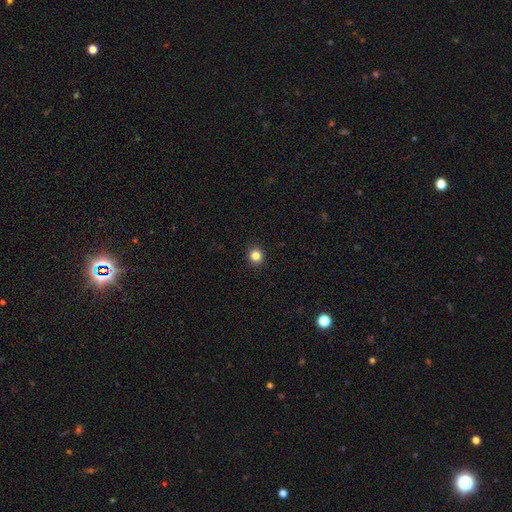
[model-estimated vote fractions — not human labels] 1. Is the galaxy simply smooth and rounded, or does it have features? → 83% smooth, 12% star or artifact, 5% featured or disk.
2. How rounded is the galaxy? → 87% round, 12% in between, 1% cigar-shaped.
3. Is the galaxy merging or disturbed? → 93% none, 5% minor disturbance, 2% major disturbance, 1% merger.